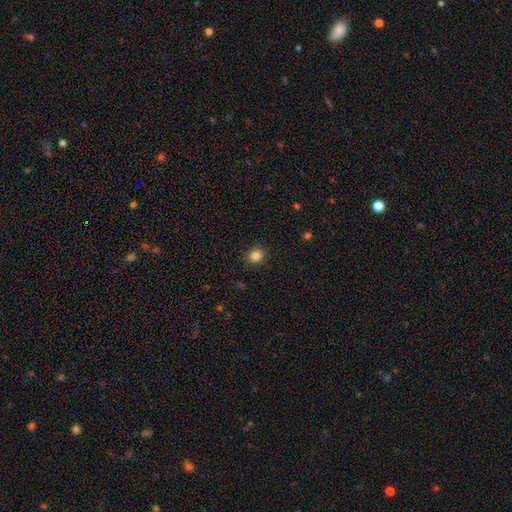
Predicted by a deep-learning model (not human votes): Overall: smooth (84%). How rounded: round (75%). Merging: none (89%).